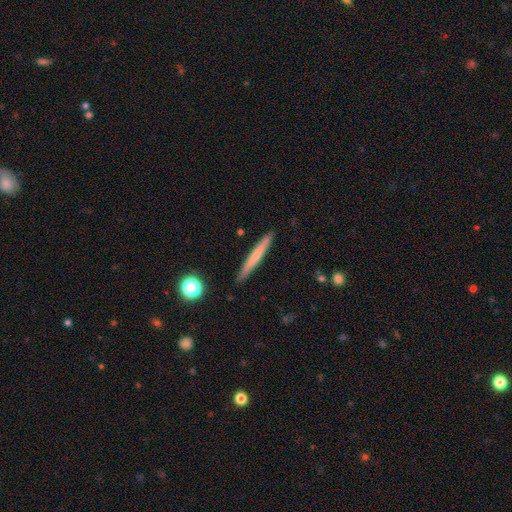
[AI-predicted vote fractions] smooth_or_featured: smooth (p=0.60) [alt: featured or disk p=0.34]
how_rounded: cigar-shaped (p=0.97) [alt: in between p=0.02]
merging: none (p=0.91) [alt: minor disturbance p=0.06]